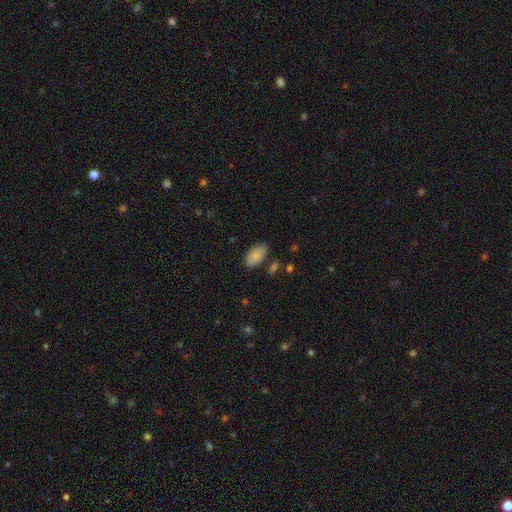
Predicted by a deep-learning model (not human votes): A smooth galaxy with no disk features (83%) that is in between round and cigar-shaped (94%).

Vote fractions:
- Smooth or featured? smooth: 83% / featured or disk: 10% / star or artifact: 7%
- How rounded? in between: 94% / round: 4% / cigar-shaped: 2%
- Merging? none: 77% / minor disturbance: 16% / merger: 3% / major disturbance: 3%